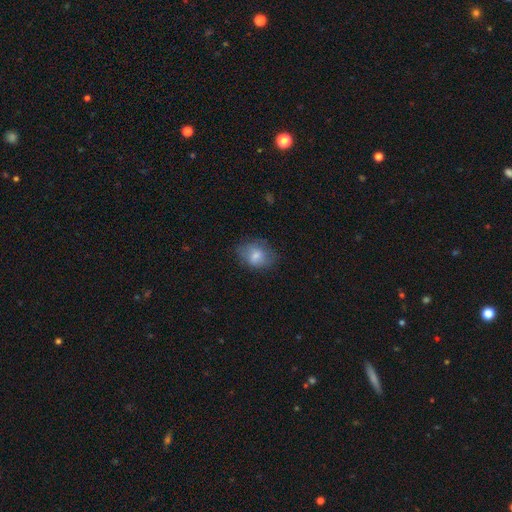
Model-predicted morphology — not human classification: smooth_or_featured: smooth (p=0.75) [alt: featured or disk p=0.17]
how_rounded: in between (p=0.66) [alt: round p=0.33]
merging: none (p=0.66) [alt: minor disturbance p=0.24]